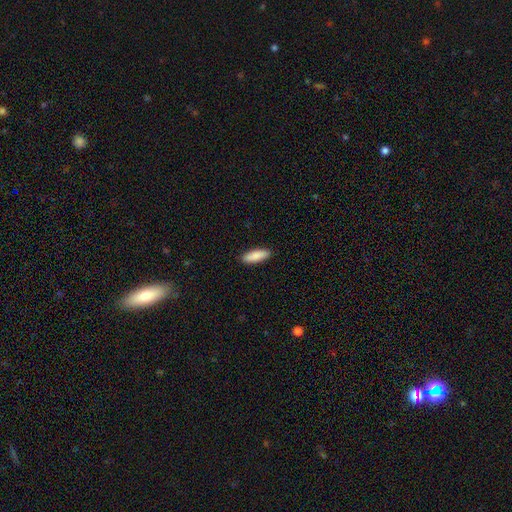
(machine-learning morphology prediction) The model was most divided on "how rounded": in between: 56%, cigar-shaped: 43%, round: 2%. More confident: merging — none (90%); smooth or featured — smooth (88%).